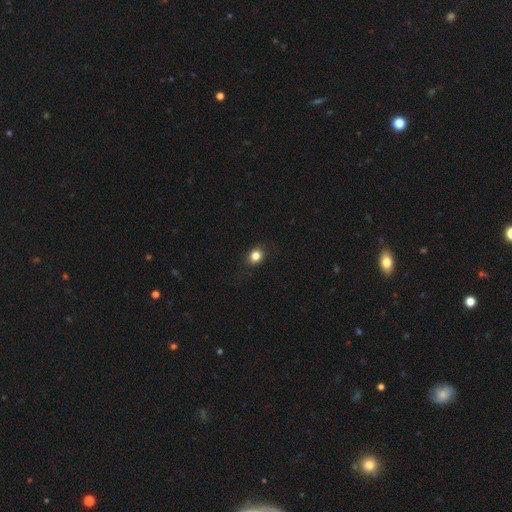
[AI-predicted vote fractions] Smooth or featured? smooth (83%)
How rounded? round (54%)
Merging? none (85%)